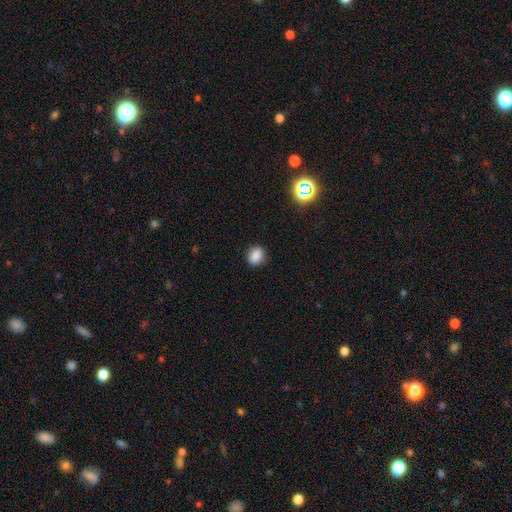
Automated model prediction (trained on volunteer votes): smooth 85%, star or artifact 10%, featured or disk 4%. Down the decision tree: how rounded — in between (58%); merging — none (85%).